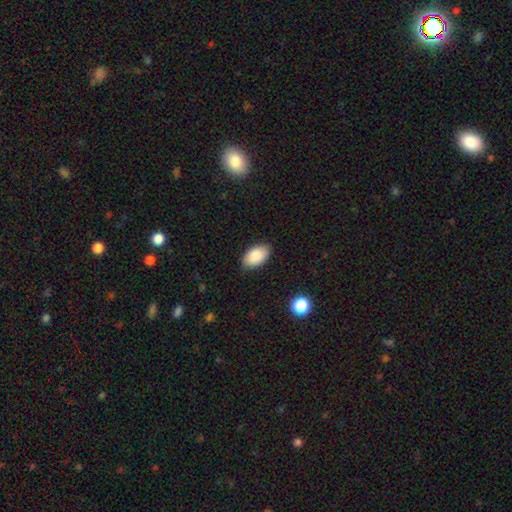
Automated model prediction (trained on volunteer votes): This appears to be a smooth galaxy with no disk features (88%) that is in between round and cigar-shaped (94%). Merging: none (83%).